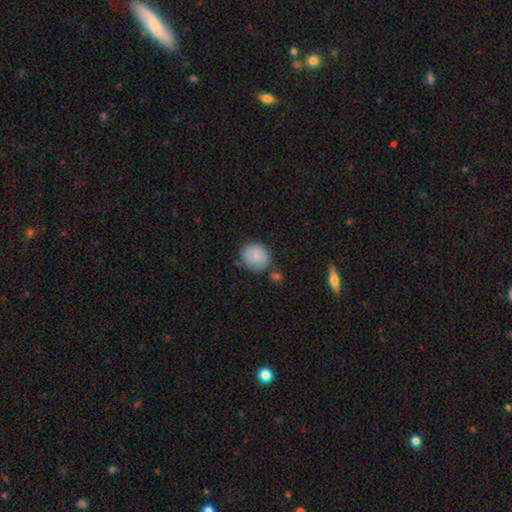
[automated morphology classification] Smooth or featured: smooth — 83% (featured or disk — 10%)
How rounded: round — 82% (in between — 17%)
Merging: none — 68% (minor disturbance — 18%)